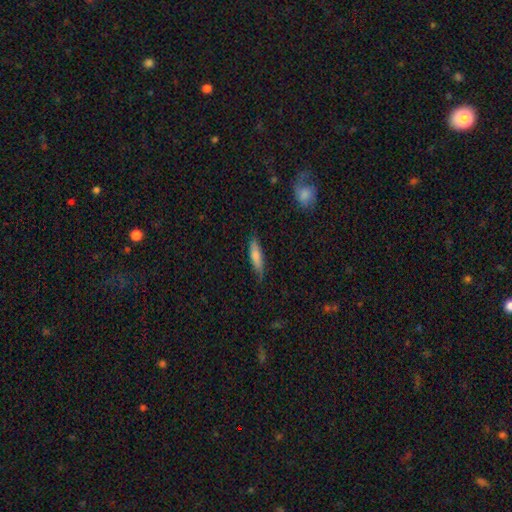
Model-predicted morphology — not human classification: A smooth galaxy with no disk features (74%) that is cigar-shaped (76%). Merging: none (78%).